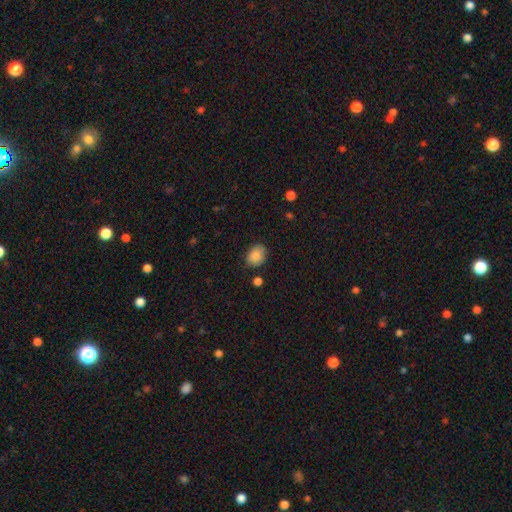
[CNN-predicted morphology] smooth-or-featured: smooth: 86% | star or artifact: 8% | featured or disk: 6%
  how-rounded: in between: 61% | round: 38% | cigar-shaped: 1%
  merging: none: 79% | minor disturbance: 15% | major disturbance: 3% | merger: 3%